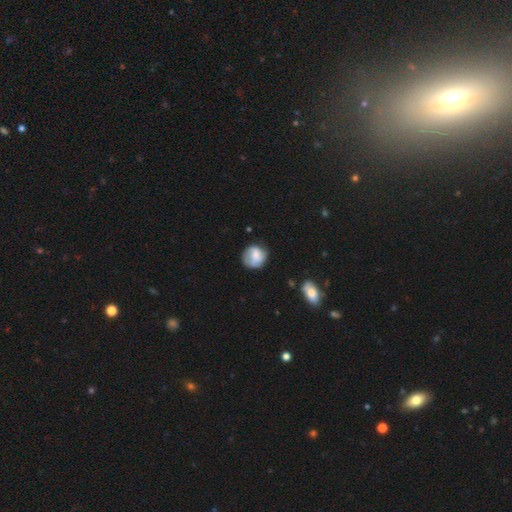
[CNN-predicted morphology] type=smooth (63%); roundness=round (79%); merging=none (62%).